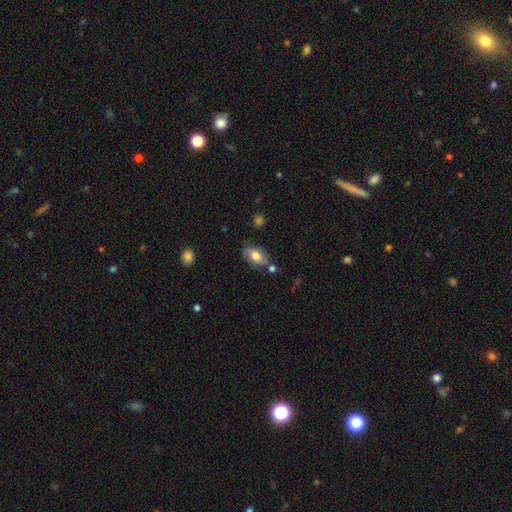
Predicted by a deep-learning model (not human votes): Q: Smooth or featured?
A: smooth (69%); runner-up: featured or disk (24%)
Q: How rounded?
A: in between (90%); runner-up: round (8%)
Q: Merging?
A: none (64%); runner-up: minor disturbance (21%)